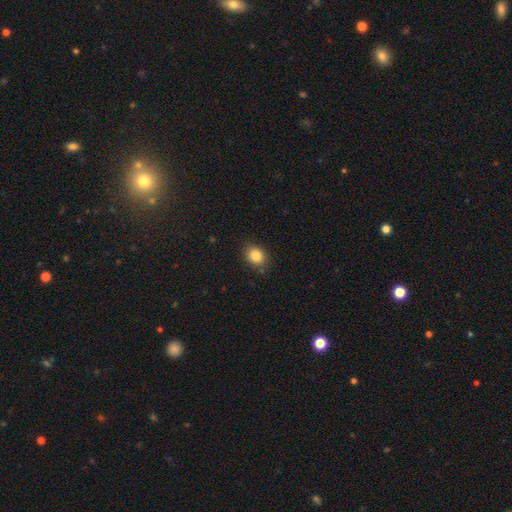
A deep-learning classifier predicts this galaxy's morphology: type=smooth (85%); roundness=in between (52%); merging=none (83%).